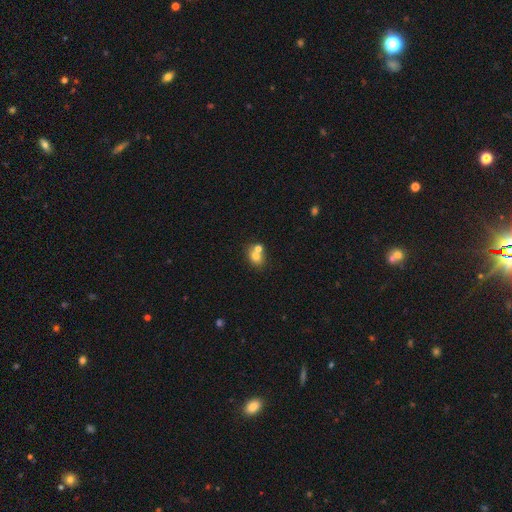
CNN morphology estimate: smooth 71%, featured or disk 16%, star or artifact 13%. Down the decision tree: how rounded — round (58%); merging — merger (46%).